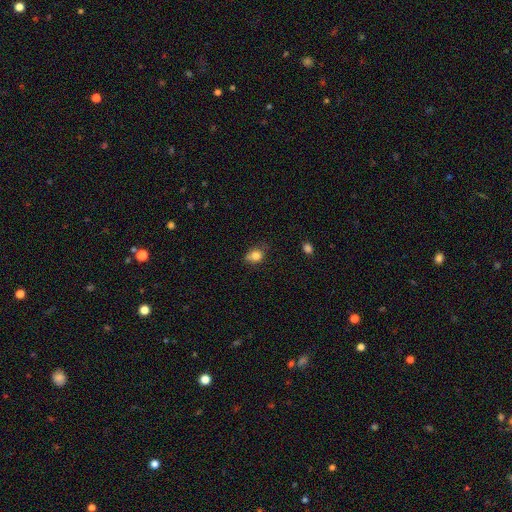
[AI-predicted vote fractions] This is likely a smooth galaxy (80%). How rounded: possibly in between (51%). Merging: possibly none (53%).